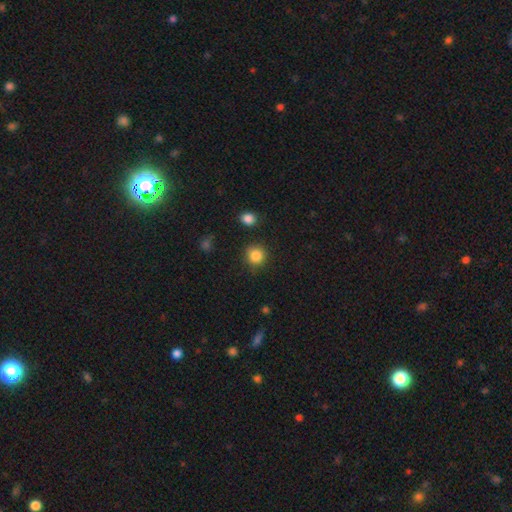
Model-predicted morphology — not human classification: This appears to be a smooth galaxy with no disk features (85%) that is round (92%). Merging: none (87%).